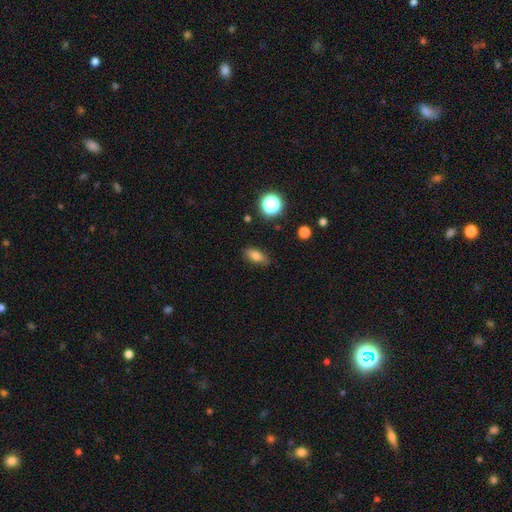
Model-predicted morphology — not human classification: Smooth or featured? smooth (77%)
How rounded? in between (80%)
Merging? none (81%)